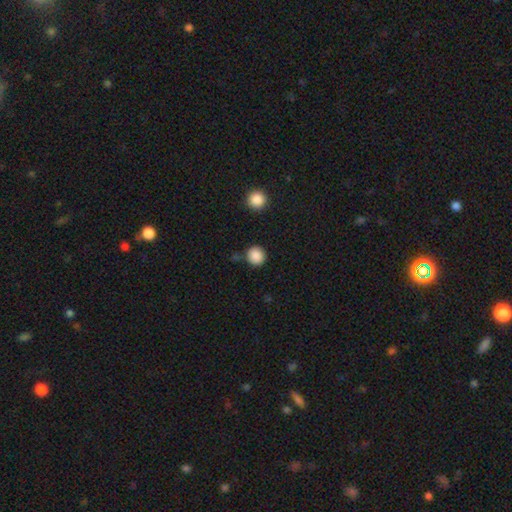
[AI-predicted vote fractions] smooth 88%, star or artifact 9%, featured or disk 3%. Down the decision tree: how rounded — round (92%); merging — none (85%).